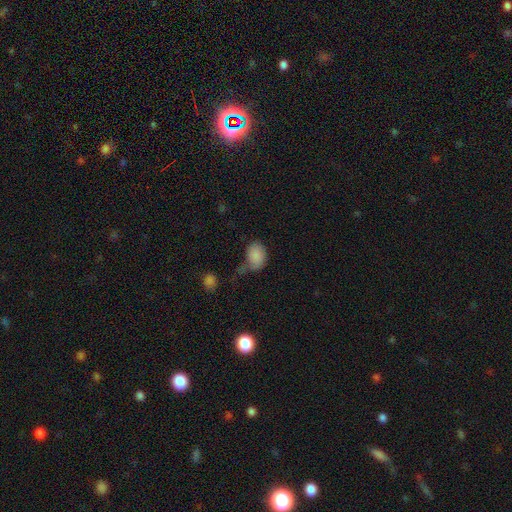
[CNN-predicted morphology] Overall: smooth (85%). How rounded: in between (74%). Merging: none (45%; minor disturbance 25%).